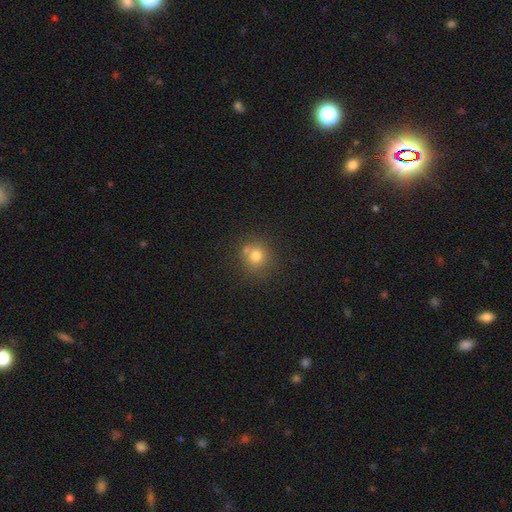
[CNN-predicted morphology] Smooth or featured? Predicted: smooth (p=0.75). How rounded? Predicted: round (p=0.88). Merging? Predicted: none (p=0.67).